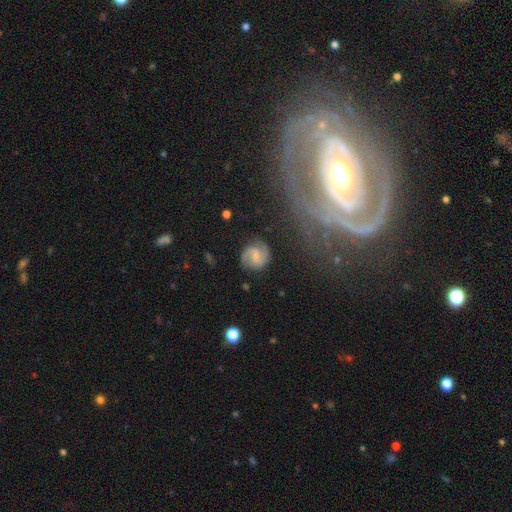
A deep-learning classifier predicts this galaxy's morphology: This appears to be a featured or disk galaxy (77%) with a weak bar (52%), 2 (90%) medium (52%) spiral arms (96%) and a small central bulge (41%). Merging: none (79%).